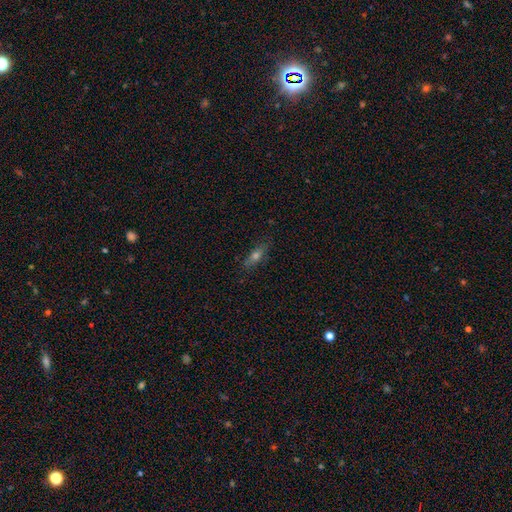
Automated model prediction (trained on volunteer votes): smooth 50%, featured or disk 38%, star or artifact 13%. Down the decision tree: merging — none (83%).